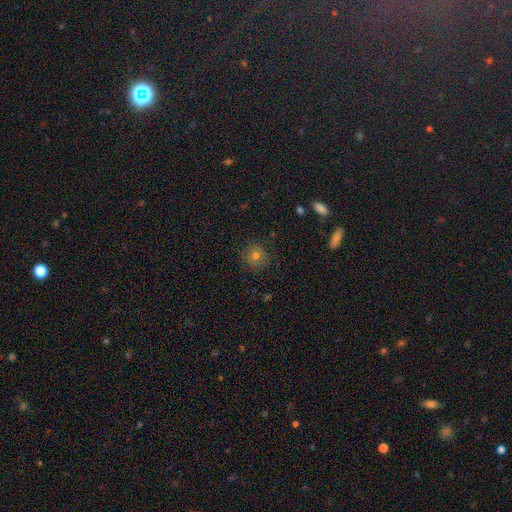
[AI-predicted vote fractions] The model was most divided on "smooth or featured": smooth: 69%, featured or disk: 17%, star or artifact: 15%. More confident: how rounded — round (89%); merging — none (82%).